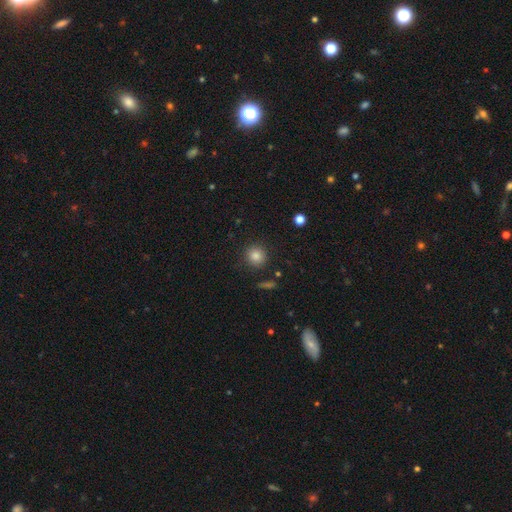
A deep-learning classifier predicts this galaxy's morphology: smooth_or_featured: smooth (p=0.84) [alt: star or artifact p=0.11]
how_rounded: round (p=0.92) [alt: in between p=0.07]
merging: none (p=0.88) [alt: minor disturbance p=0.07]